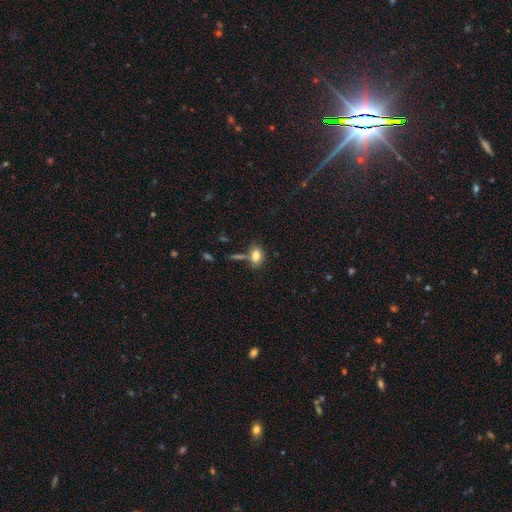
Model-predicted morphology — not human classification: This appears to be a smooth galaxy with no disk features (80%) that is in between round and cigar-shaped (81%). Merging: none (58%).